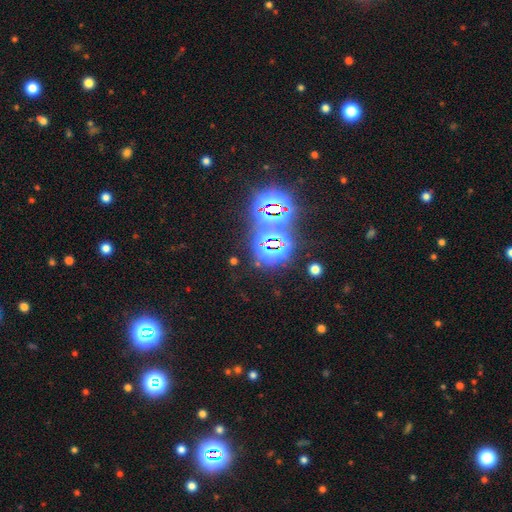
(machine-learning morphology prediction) A star or artifact, not a galaxy (78%).